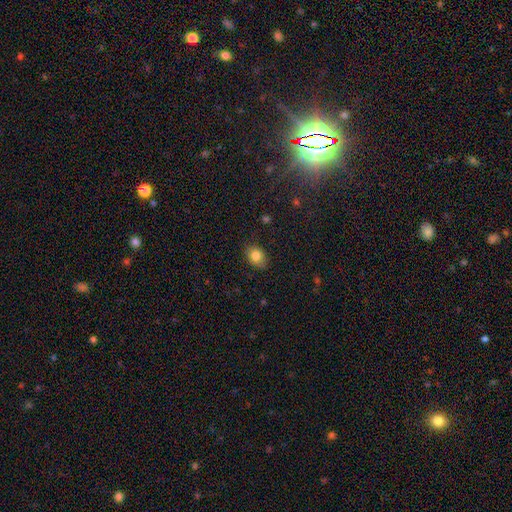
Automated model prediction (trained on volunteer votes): Overall: smooth (81%). How rounded: in between (58%; round 41%). Merging: none (79%).